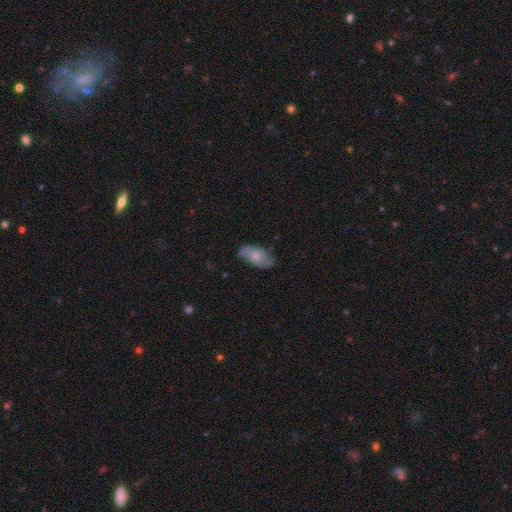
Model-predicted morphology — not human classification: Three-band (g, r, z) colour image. It shows a smooth galaxy with no disk features (52%) that is in between round and cigar-shaped (92%). Merging: none (67%).